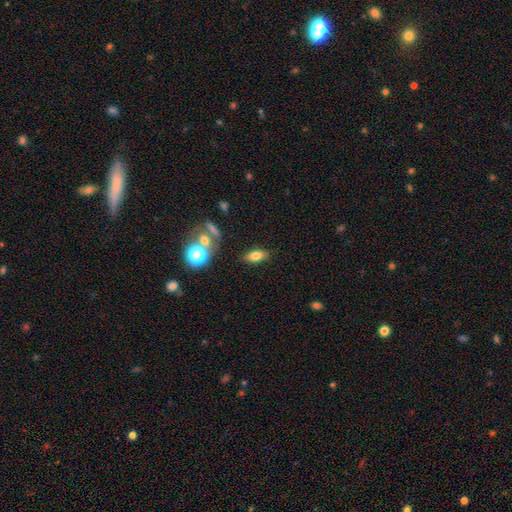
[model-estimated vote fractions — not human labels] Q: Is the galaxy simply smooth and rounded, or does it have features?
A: smooth — 72%.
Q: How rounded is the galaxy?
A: in between — 77%.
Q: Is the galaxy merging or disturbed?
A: none — 83%.